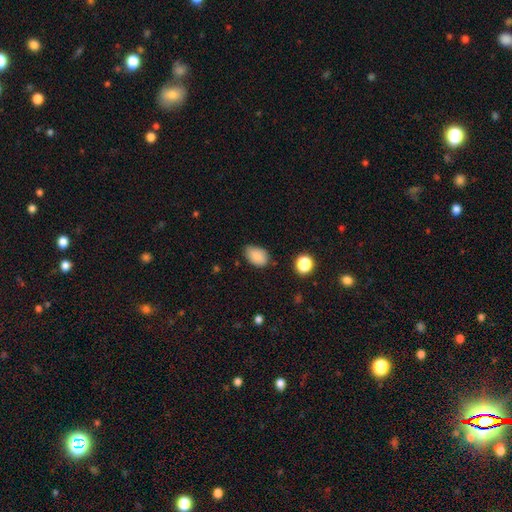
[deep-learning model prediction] This is clearly a smooth galaxy (85%). How rounded: clearly in between (85%). Merging: likely none (71%).